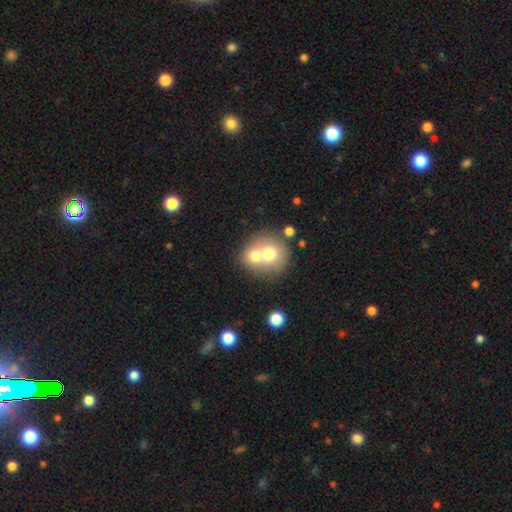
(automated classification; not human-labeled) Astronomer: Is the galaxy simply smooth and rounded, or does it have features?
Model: smooth — 67%.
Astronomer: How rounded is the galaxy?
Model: round — 79%.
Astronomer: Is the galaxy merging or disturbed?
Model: merger — 62%.